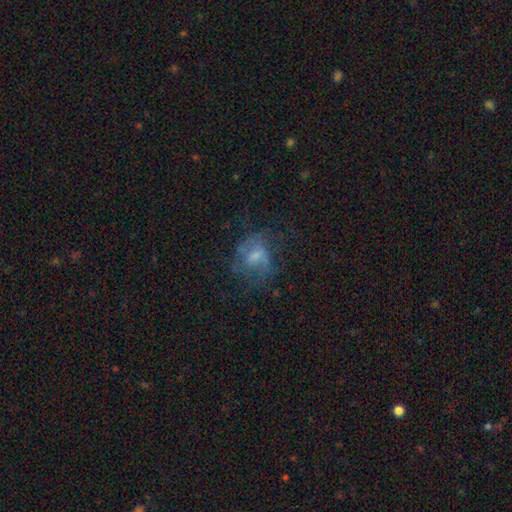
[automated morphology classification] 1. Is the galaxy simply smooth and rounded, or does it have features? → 45% featured or disk, 42% smooth, 14% star or artifact.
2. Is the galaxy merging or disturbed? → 46% none, 30% major disturbance, 21% minor disturbance, 2% merger.